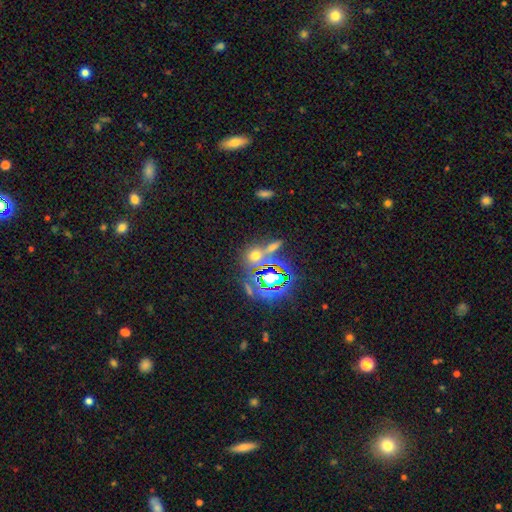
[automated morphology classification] Smooth or featured?
  - smooth: 45% *
  - star or artifact: 43%
  - featured or disk: 12%
Merging?
  - none: 61% *
  - merger: 24%
  - minor disturbance: 10%
  - major disturbance: 6%